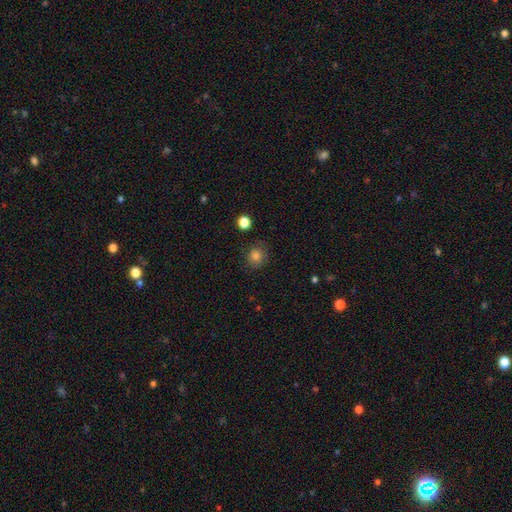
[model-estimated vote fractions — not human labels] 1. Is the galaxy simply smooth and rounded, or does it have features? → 81% smooth, 13% star or artifact, 7% featured or disk.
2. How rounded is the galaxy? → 84% round, 15% in between, 1% cigar-shaped.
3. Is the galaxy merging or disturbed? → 80% none, 14% minor disturbance, 5% major disturbance, 2% merger.